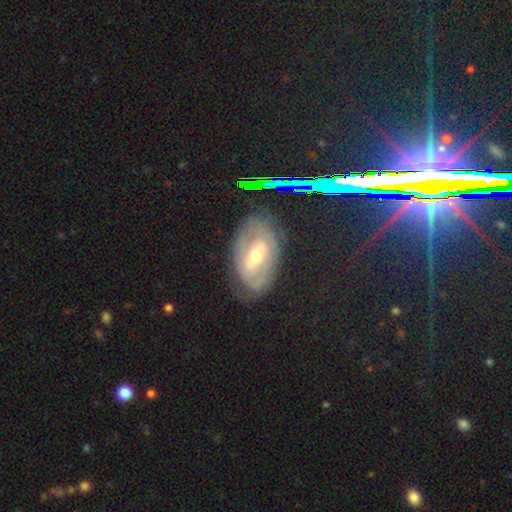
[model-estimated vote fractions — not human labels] smooth-or-featured: featured or disk: 67% | smooth: 21% | star or artifact: 11%
  disk-edge-on: no: 91% | yes: 9%
    bar: weak: 43% | strong: 39% | no: 18%
    has-spiral-arms: yes: 68% | no: 32%
    bulge-size: moderate: 54% | small: 41% | large: 3% | none: 1% | dominant: 1%
  merging: none: 75% | minor disturbance: 17% | major disturbance: 6% | merger: 2%